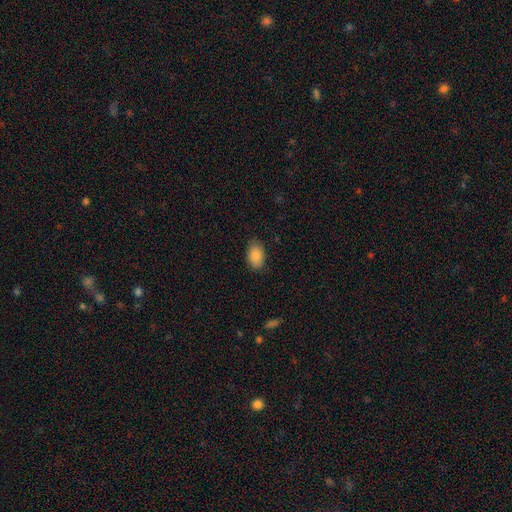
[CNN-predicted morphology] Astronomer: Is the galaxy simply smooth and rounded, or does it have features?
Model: smooth — 87%.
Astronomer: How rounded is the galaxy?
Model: in between — 90%.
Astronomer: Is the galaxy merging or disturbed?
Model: none — 83%.